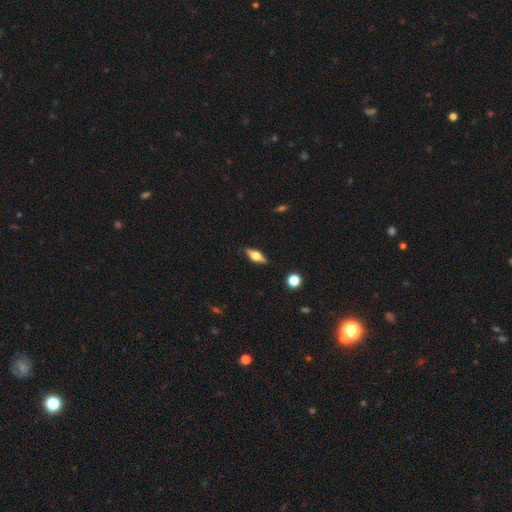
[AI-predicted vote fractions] Smooth or featured? Predicted: featured or disk (p=0.54). Edge-on disk? Predicted: yes (p=0.93). Merging? Predicted: none (p=0.85).